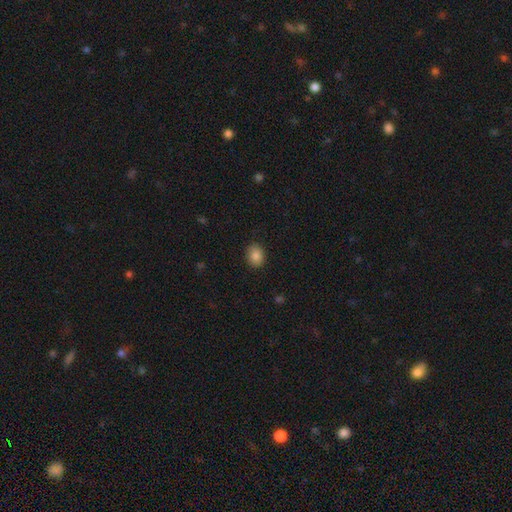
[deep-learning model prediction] Overall: smooth (86%). How rounded: round (51%; in between 48%). Merging: none (87%).